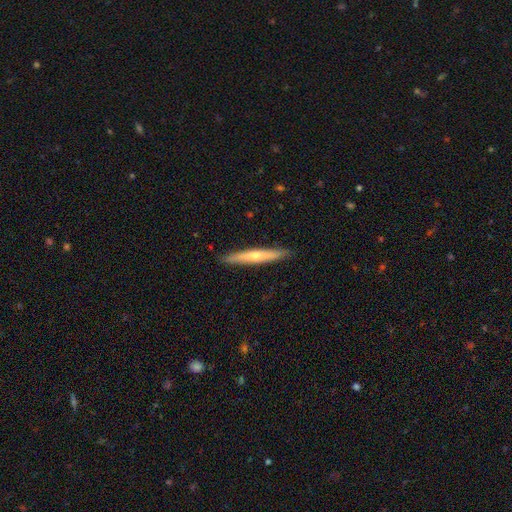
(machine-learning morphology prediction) Smooth or featured: featured or disk — 52% (smooth — 43%)
Edge-on disk: yes — 93% (no — 7%)
Merging: none — 90% (minor disturbance — 8%)